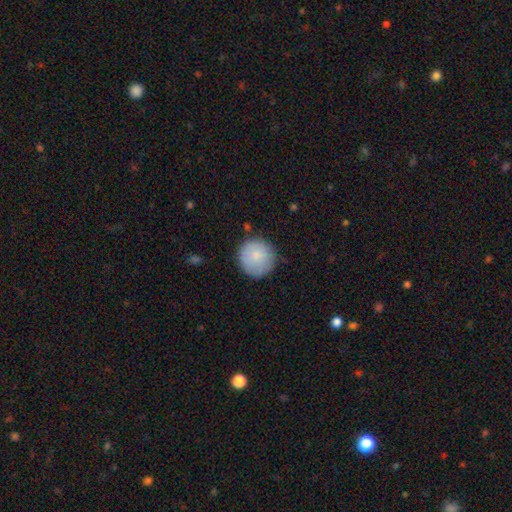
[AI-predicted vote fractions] Overall: smooth (80%). How rounded: round (94%). Merging: none (80%).